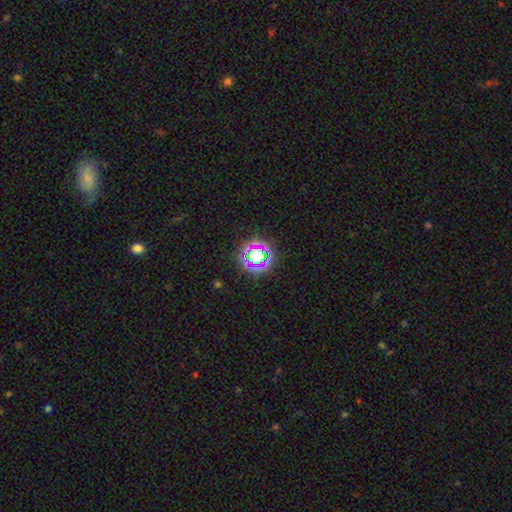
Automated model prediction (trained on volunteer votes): A star or artifact, not a galaxy (56%).